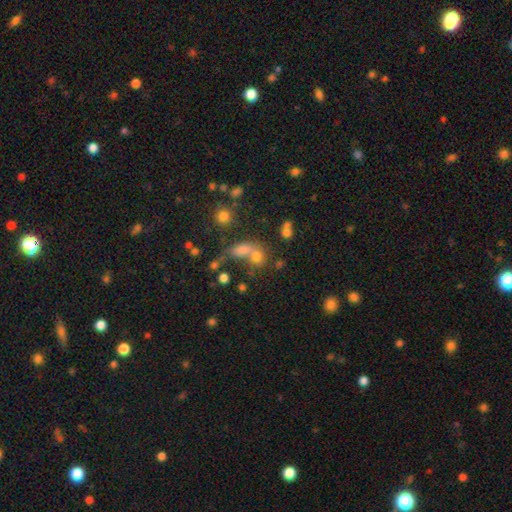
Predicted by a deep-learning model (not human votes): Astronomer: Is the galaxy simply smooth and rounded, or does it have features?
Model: smooth — 63%.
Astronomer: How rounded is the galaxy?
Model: round — 52% (runner-up: in between, 45%).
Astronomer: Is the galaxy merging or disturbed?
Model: merger — 51% (runner-up: none, 33%).